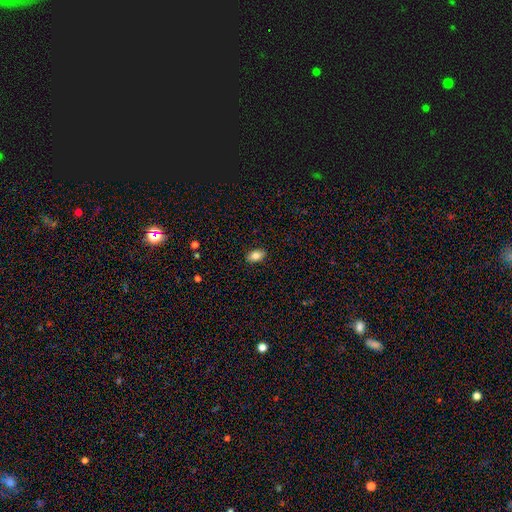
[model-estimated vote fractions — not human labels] Smooth or featured?
  - smooth: 81% *
  - featured or disk: 11%
  - star or artifact: 8%
How rounded?
  - in between: 90% *
  - round: 7%
  - cigar-shaped: 3%
Merging?
  - none: 89% *
  - minor disturbance: 8%
  - major disturbance: 2%
  - merger: 1%